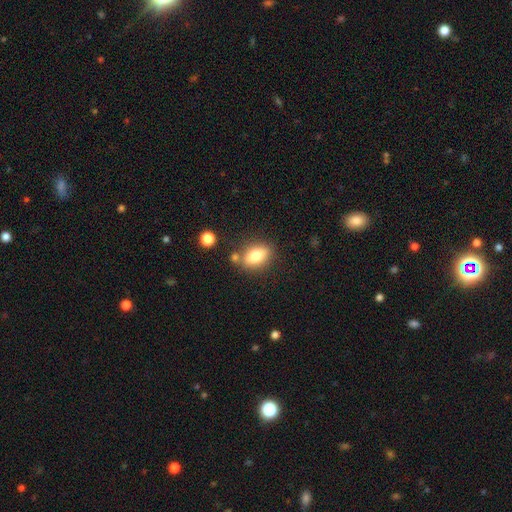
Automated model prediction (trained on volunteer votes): smooth 79%, featured or disk 13%, star or artifact 8%. Down the decision tree: how rounded — in between (84%); merging — none (72%).